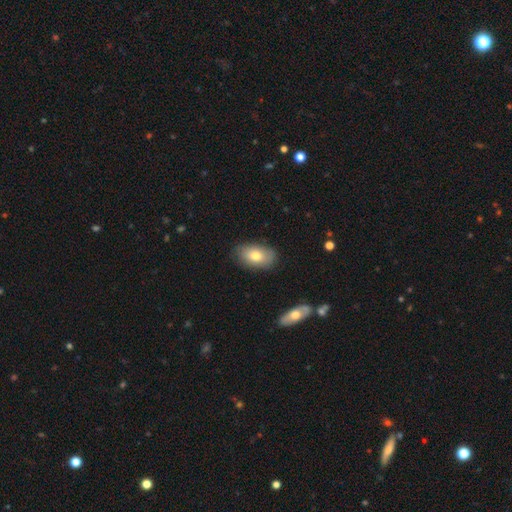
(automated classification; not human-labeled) A smooth galaxy with no disk features (75%) that is in between round and cigar-shaped (91%).

Vote fractions:
- Smooth or featured? smooth: 75% / featured or disk: 18% / star or artifact: 7%
- How rounded? in between: 91% / round: 7% / cigar-shaped: 2%
- Merging? none: 82% / minor disturbance: 14% / major disturbance: 3% / merger: 1%